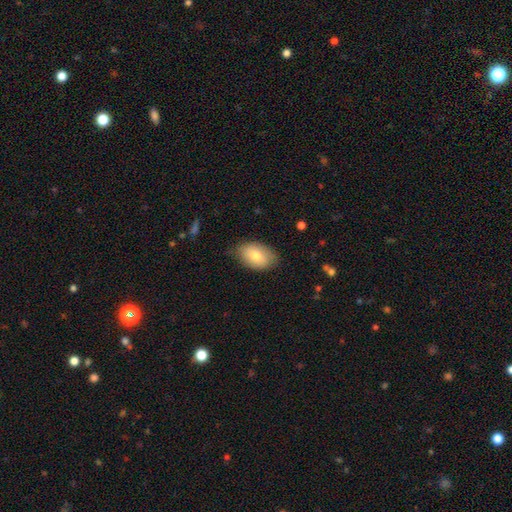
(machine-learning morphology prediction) Smooth or featured: smooth — 78% (featured or disk — 15%)
How rounded: in between — 89% (round — 10%)
Merging: none — 76% (minor disturbance — 20%)